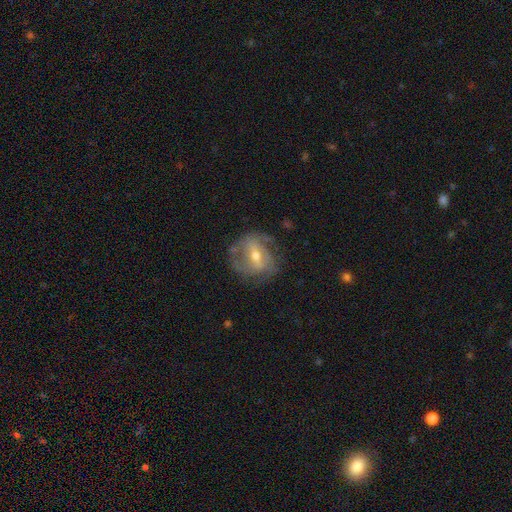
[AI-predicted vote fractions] featured or disk 77%, smooth 16%, star or artifact 7%. Down the decision tree: edge-on disk — no (95%); bar — weak (44%); spiral arms — yes (82%); spiral arm count — 2 (51%); spiral winding — medium (44%); bulge size — moderate (59%); merging — none (63%).